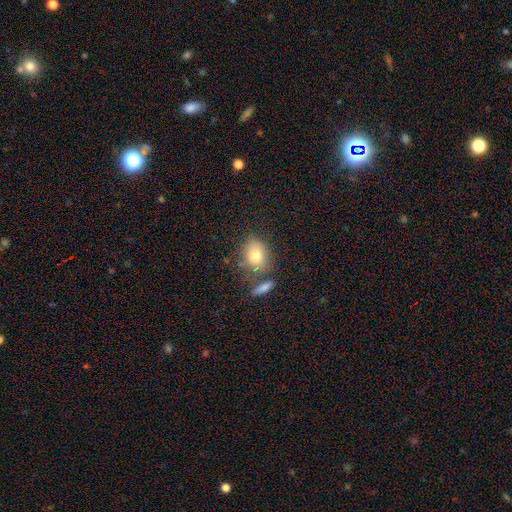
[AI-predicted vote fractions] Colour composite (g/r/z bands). It shows a smooth galaxy with no disk features (79%) that is in between round and cigar-shaped (61%). Merging: none (62%).